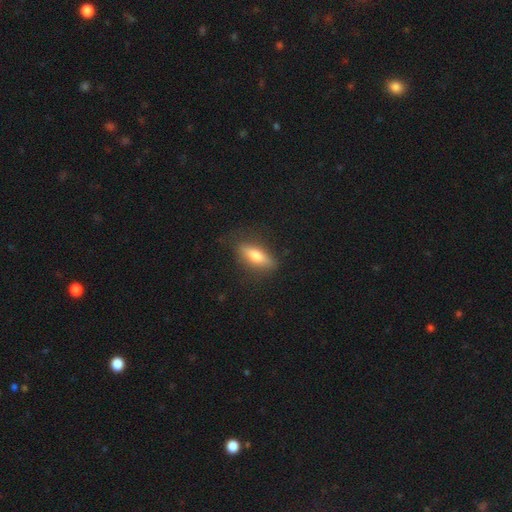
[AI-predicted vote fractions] Morphology: type=smooth (61%); roundness=in between (50%); merging=none (79%).